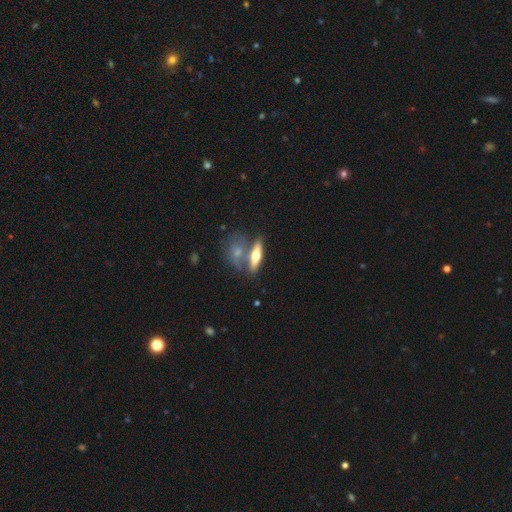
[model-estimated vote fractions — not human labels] Smooth or featured: featured or disk — 47% (tied with smooth — 47%)
Merging: none — 56% (merger — 29%)